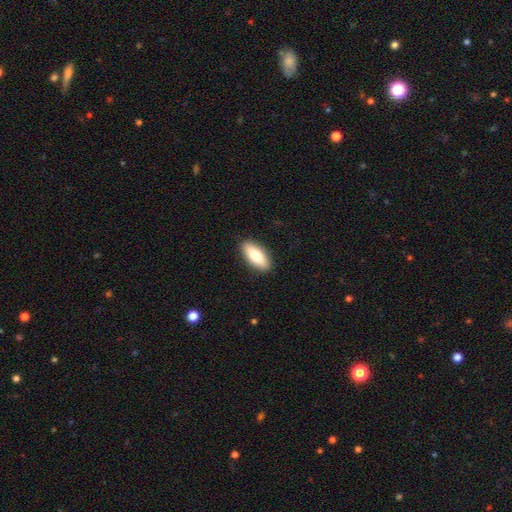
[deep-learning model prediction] Morphology: type=smooth (74%); roundness=in between (79%); merging=none (90%).